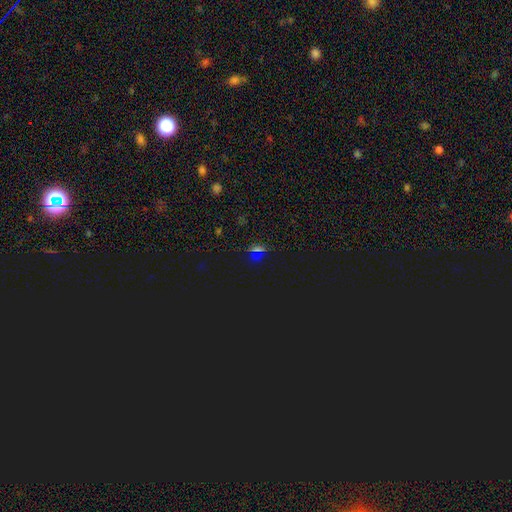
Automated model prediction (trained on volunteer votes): Smooth or featured?
  - star or artifact: 65% *
  - smooth: 27%
  - featured or disk: 8%